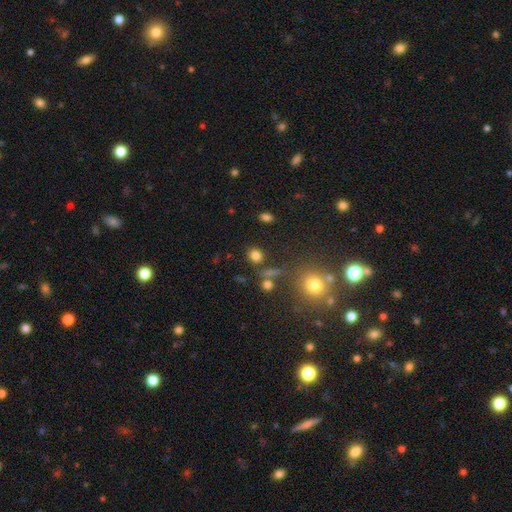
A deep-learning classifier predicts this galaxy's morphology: A smooth galaxy with no disk features (77%) that is round (75%). Merging: none (77%).